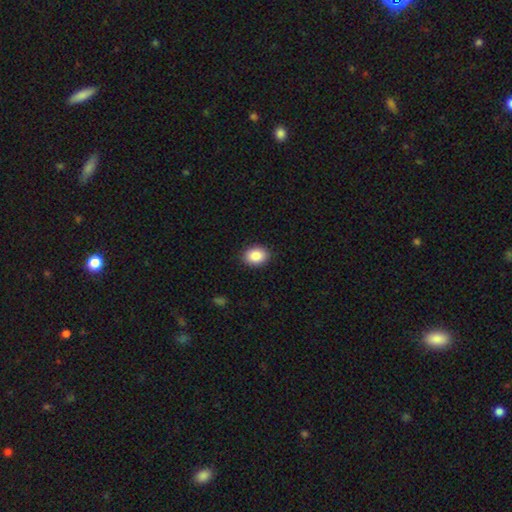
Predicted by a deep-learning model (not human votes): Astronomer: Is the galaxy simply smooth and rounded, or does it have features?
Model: smooth — 87%.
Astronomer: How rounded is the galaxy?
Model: in between — 67%.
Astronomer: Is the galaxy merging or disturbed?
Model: none — 89%.